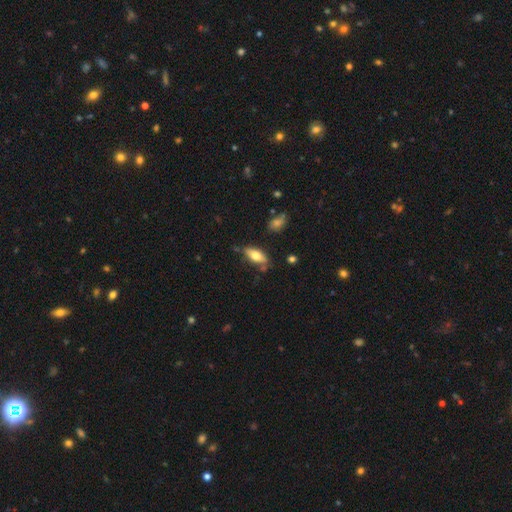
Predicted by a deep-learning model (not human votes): Smooth or featured? smooth (69%)
How rounded? in between (80%)
Merging? none (66%)